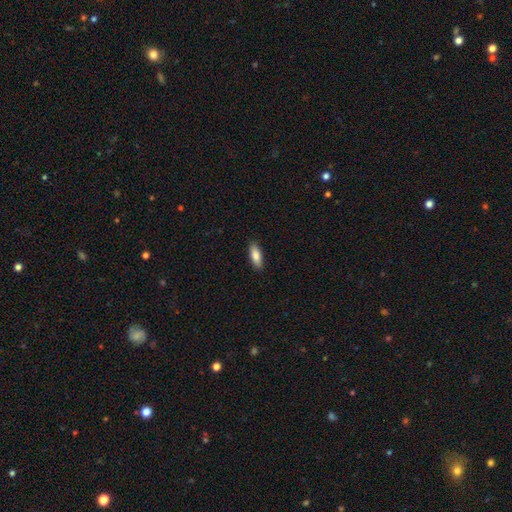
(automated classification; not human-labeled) A smooth galaxy with no disk features (85%) that is in between round and cigar-shaped (68%). Merging: none (89%).